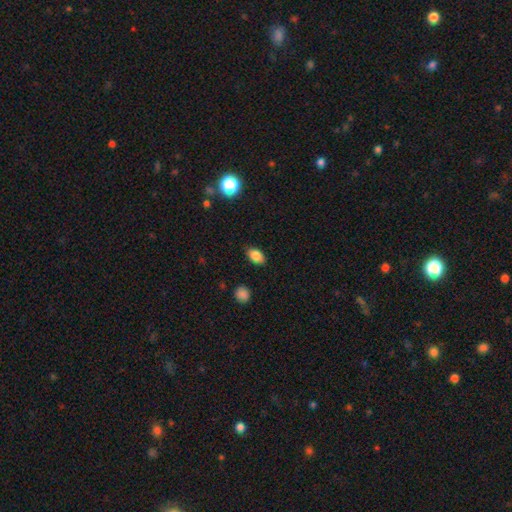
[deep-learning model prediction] The model was most divided on "how rounded": in between: 86%, round: 12%, cigar-shaped: 2%. More confident: merging — none (86%); smooth or featured — smooth (85%).